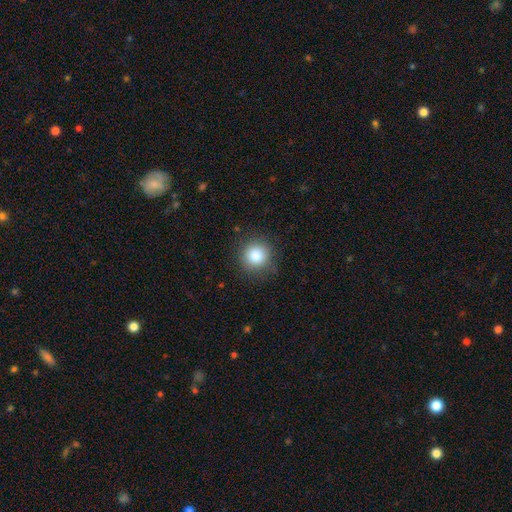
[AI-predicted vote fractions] The model was most divided on "smooth or featured": smooth: 82%, star or artifact: 11%, featured or disk: 7%. More confident: how rounded — round (93%); merging — none (87%).